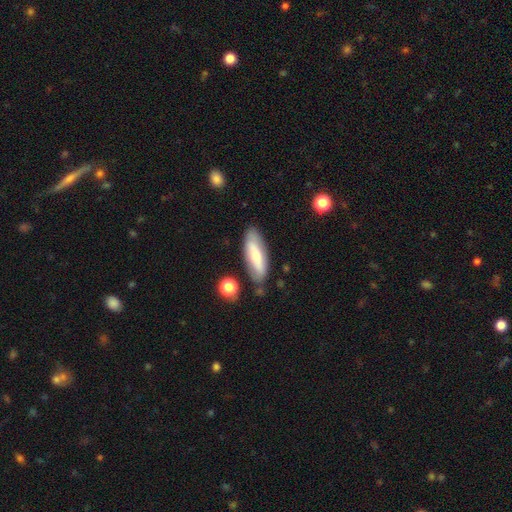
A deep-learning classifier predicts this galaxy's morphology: type=smooth (57%); roundness=in between (55%); merging=none (78%).